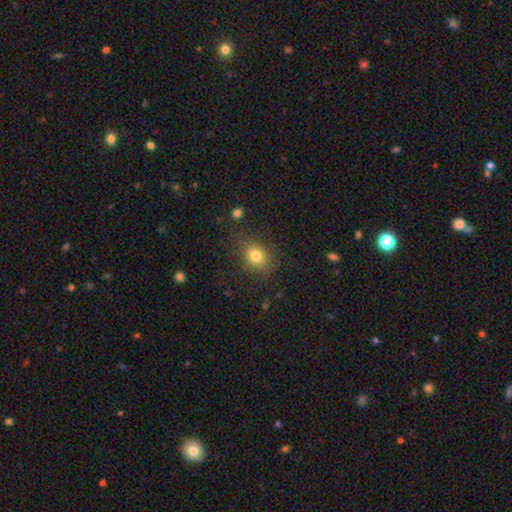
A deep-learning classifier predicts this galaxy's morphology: A smooth galaxy with no disk features (80%) that is in between round and cigar-shaped (53%). Merging: none (76%).